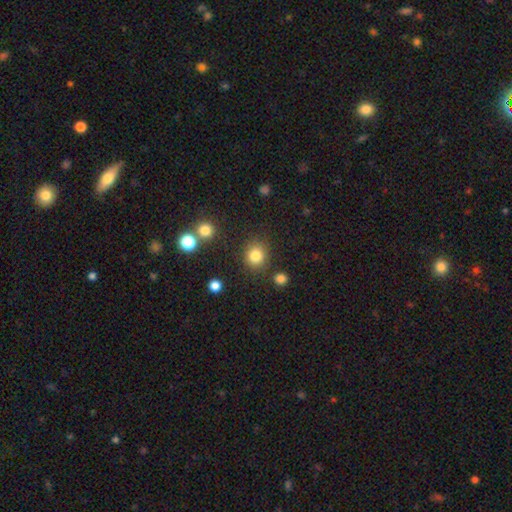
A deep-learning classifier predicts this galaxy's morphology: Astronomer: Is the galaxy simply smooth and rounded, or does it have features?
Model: smooth — 83%.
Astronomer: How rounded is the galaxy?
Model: round — 86%.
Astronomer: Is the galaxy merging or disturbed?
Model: none — 84%.